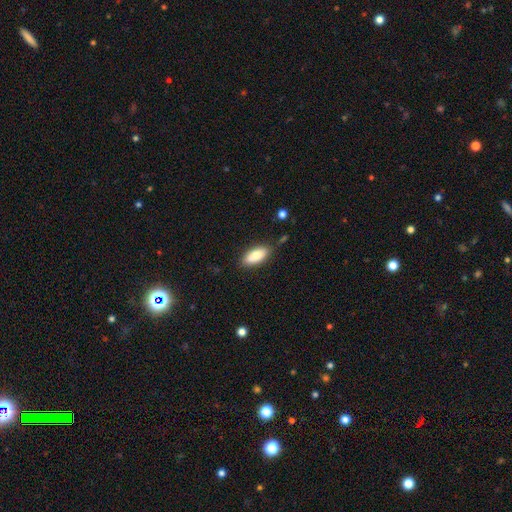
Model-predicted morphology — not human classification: type=smooth (85%); roundness=in between (80%); merging=none (82%).